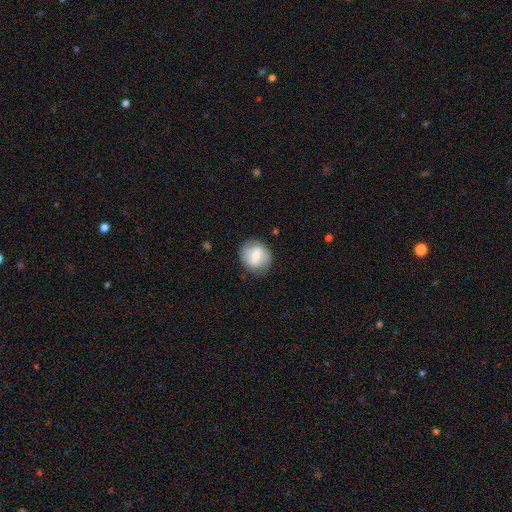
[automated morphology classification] Q: Smooth or featured?
A: smooth (55%); runner-up: featured or disk (38%)
Q: How rounded?
A: round (76%); runner-up: in between (22%)
Q: Merging?
A: none (78%); runner-up: minor disturbance (15%)